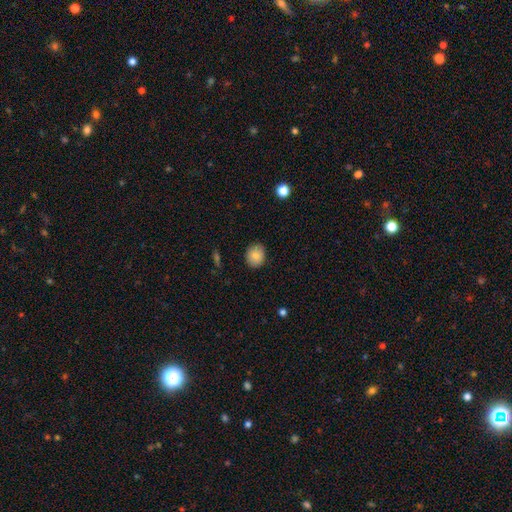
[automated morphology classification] A smooth galaxy with no disk features (83%) that is round (63%). Merging: none (88%).